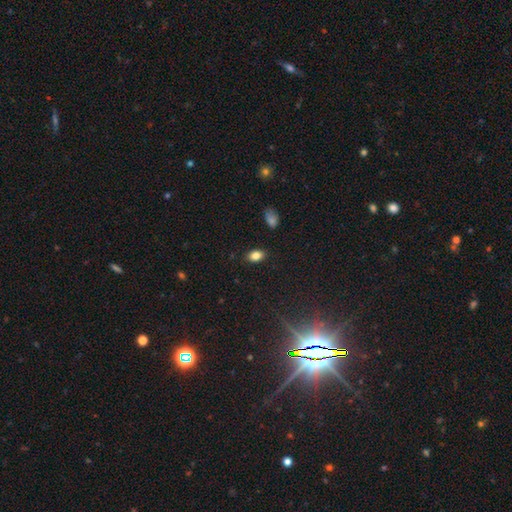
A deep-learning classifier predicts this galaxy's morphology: smooth 84%, star or artifact 9%, featured or disk 7%. Down the decision tree: how rounded — in between (84%); merging — none (87%).